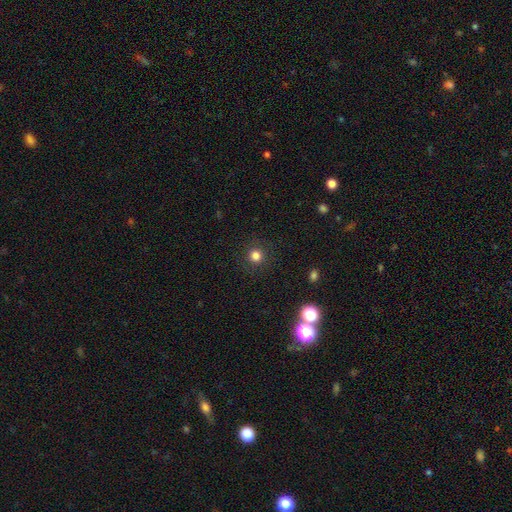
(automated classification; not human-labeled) Overall: smooth (81%). How rounded: round (94%). Merging: none (90%).